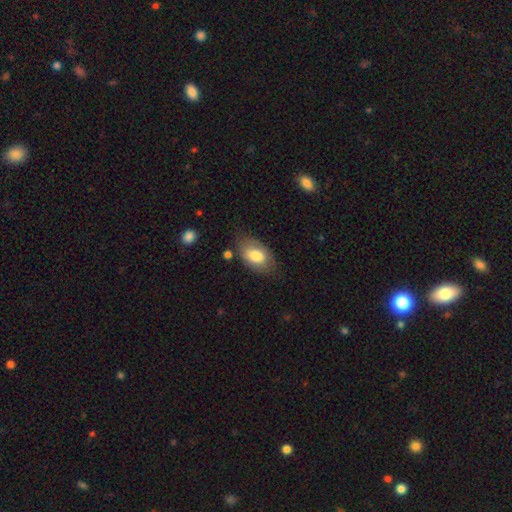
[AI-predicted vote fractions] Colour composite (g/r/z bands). It shows a smooth galaxy with no disk features (75%) that is in between round and cigar-shaped (92%). Merging: none (69%).